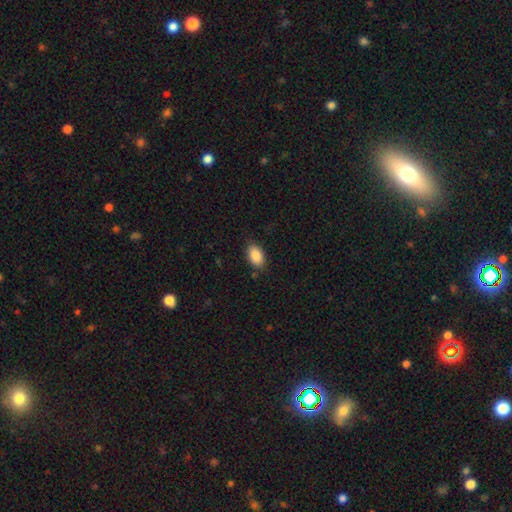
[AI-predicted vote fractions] smooth_or_featured: smooth (p=0.89) [alt: star or artifact p=0.07]
how_rounded: in between (p=0.92) [alt: round p=0.07]
merging: none (p=0.82) [alt: minor disturbance p=0.13]